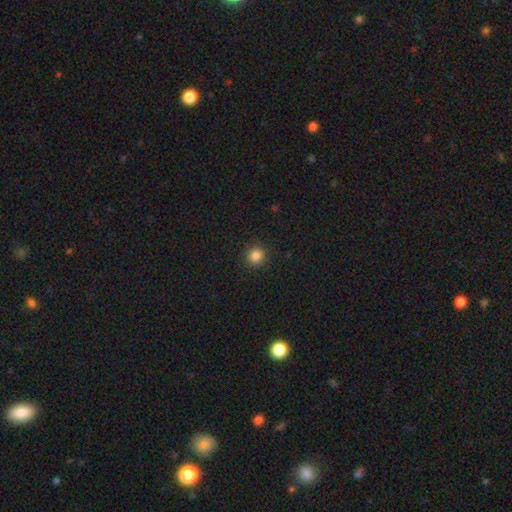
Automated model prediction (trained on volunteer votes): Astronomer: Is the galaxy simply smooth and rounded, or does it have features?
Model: smooth — 84%.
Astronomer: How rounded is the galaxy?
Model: round — 93%.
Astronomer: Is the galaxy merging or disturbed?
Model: none — 92%.